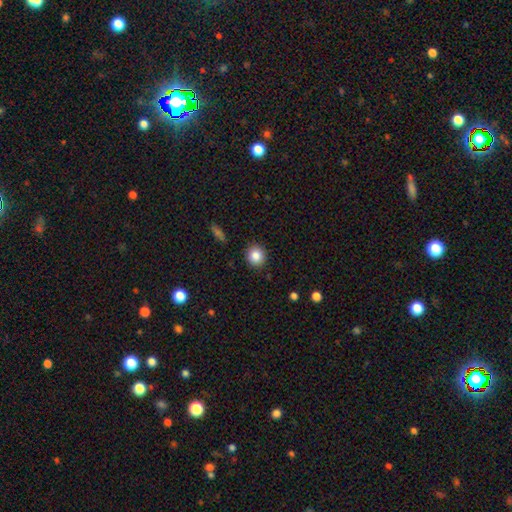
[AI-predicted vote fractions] smooth_or_featured: smooth (p=0.85) [alt: star or artifact p=0.10]
how_rounded: round (p=0.88) [alt: in between p=0.11]
merging: none (p=0.90) [alt: minor disturbance p=0.06]